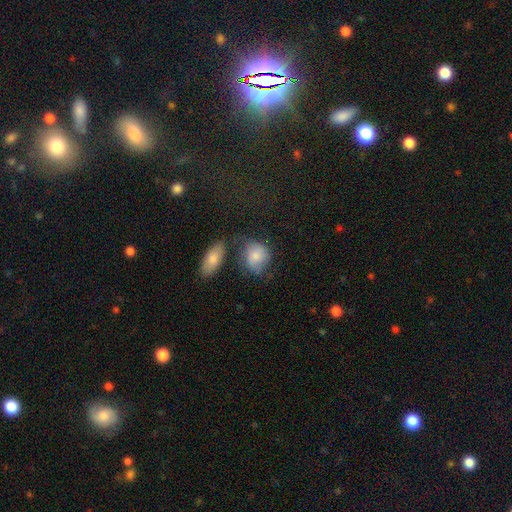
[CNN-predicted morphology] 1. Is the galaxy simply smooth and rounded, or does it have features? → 78% smooth, 14% featured or disk, 8% star or artifact.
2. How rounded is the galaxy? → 57% round, 41% in between, 2% cigar-shaped.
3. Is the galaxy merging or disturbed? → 44% none, 29% minor disturbance, 14% merger, 13% major disturbance.